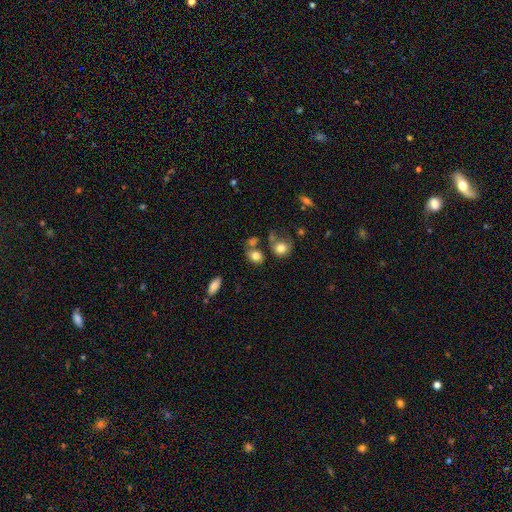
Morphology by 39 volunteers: smooth-or-featured: smooth: 82% | star or artifact: 10% | featured or disk: 8%
  how-rounded: round: 50% | in between: 47% | cigar-shaped: 3%
  merging: none: 46% | minor disturbance: 26% | merger: 17% | major disturbance: 11%